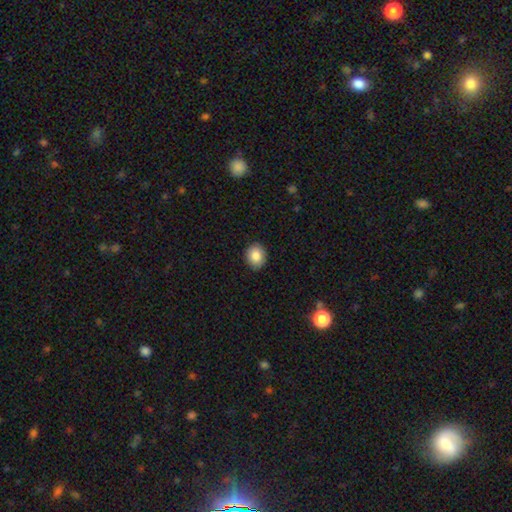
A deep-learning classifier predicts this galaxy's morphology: This is clearly a smooth galaxy (86%). How rounded: possibly round (59%). Merging: clearly none (89%).